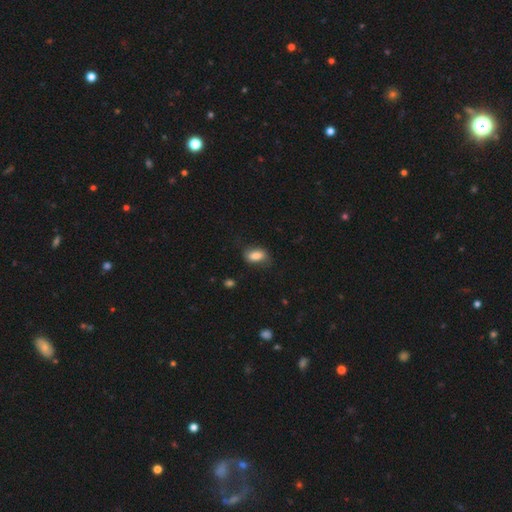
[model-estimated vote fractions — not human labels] smooth_or_featured: smooth (p=0.80) [alt: featured or disk p=0.12]
how_rounded: in between (p=0.85) [alt: round p=0.10]
merging: none (p=0.68) [alt: minor disturbance p=0.23]